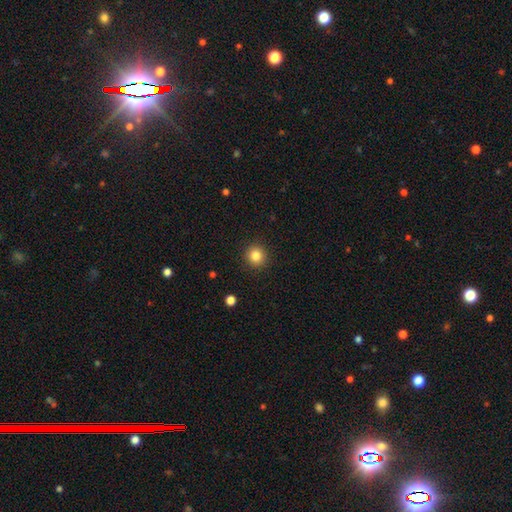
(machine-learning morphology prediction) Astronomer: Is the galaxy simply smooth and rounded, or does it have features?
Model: smooth — 84%.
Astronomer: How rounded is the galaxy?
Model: round — 94%.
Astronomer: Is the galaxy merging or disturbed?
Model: none — 92%.